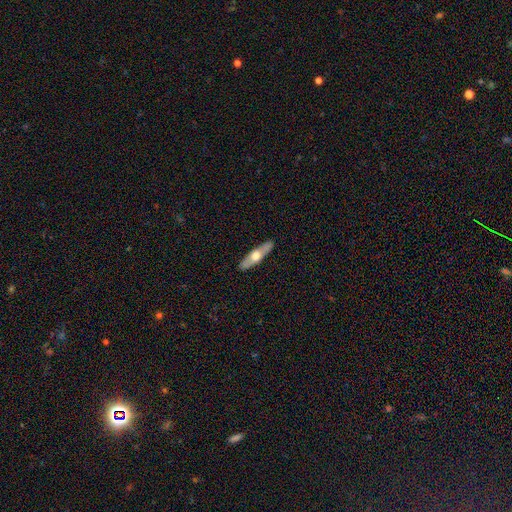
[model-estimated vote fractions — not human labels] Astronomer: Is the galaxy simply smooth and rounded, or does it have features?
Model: featured or disk — 50% (runner-up: smooth, 45%).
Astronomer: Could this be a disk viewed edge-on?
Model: yes — 80%.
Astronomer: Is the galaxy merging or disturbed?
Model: none — 88%.